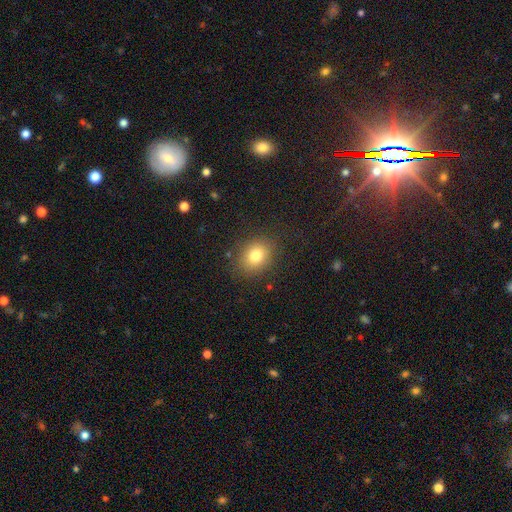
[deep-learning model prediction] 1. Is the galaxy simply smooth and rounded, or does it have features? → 79% smooth, 11% star or artifact, 10% featured or disk.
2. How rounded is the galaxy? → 50% round, 49% in between, 1% cigar-shaped.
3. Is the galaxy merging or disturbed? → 85% none, 10% minor disturbance, 4% major disturbance, 1% merger.